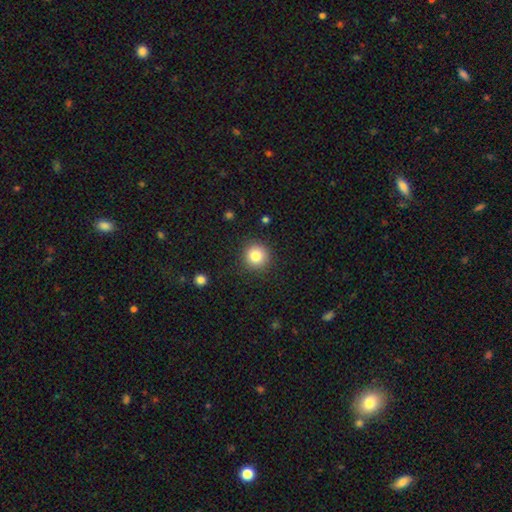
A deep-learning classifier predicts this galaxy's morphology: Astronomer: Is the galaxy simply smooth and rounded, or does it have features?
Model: smooth — 82%.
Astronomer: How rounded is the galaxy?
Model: round — 95%.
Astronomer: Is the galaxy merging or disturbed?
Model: none — 90%.